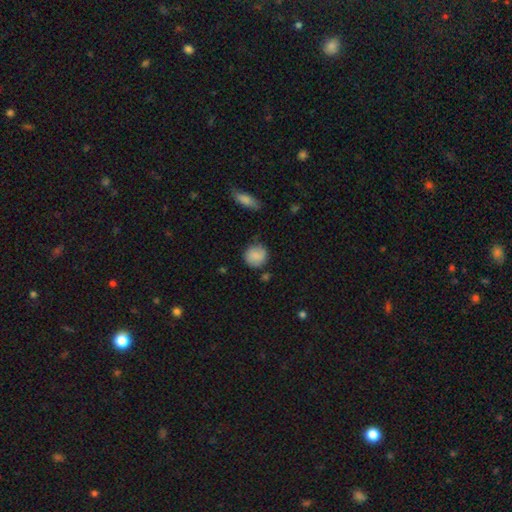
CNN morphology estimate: type=smooth (85%); roundness=round (86%); merging=none (74%).